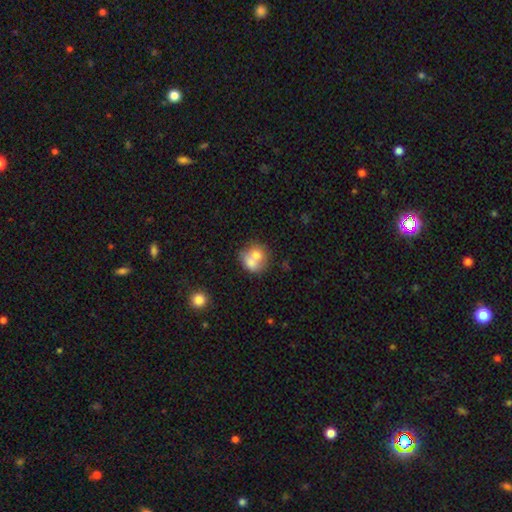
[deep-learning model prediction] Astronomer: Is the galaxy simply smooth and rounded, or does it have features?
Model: smooth — 68%.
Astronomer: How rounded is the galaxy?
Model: round — 70%.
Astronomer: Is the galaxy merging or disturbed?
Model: merger — 63%.